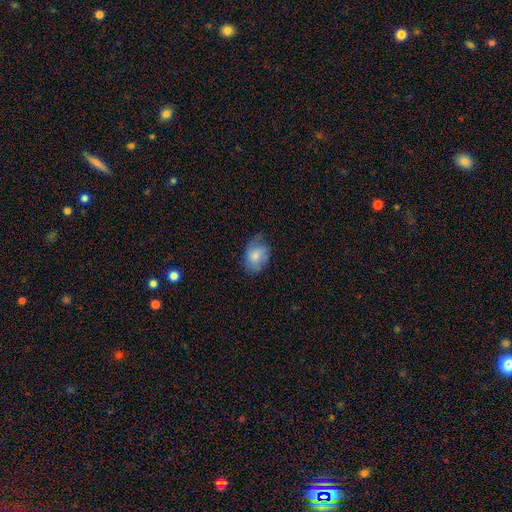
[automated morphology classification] smooth-or-featured: smooth: 73% | featured or disk: 20% | star or artifact: 7%
  how-rounded: in between: 80% | round: 19% | cigar-shaped: 1%
  merging: none: 60% | minor disturbance: 29% | major disturbance: 10% | merger: 1%